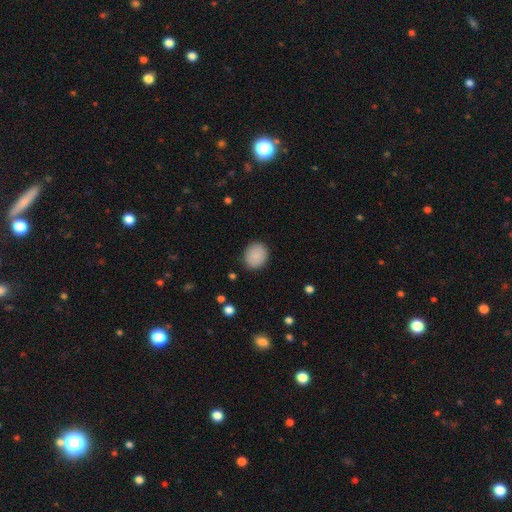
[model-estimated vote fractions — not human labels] A smooth galaxy with no disk features (89%) that is round (65%). Merging: none (88%).